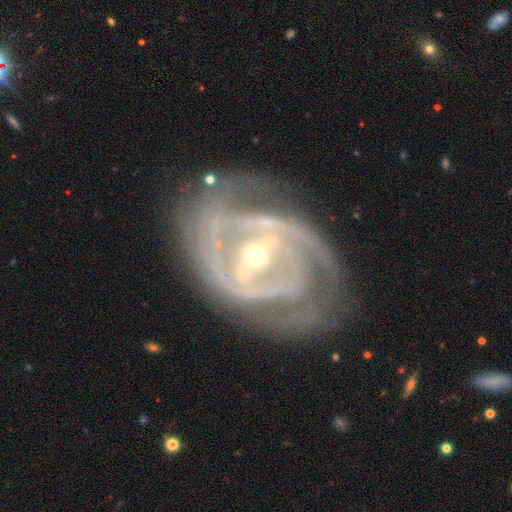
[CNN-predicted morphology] smooth_or_featured: featured or disk (p=0.90) [alt: star or artifact p=0.05]
disk_edge_on: no (p=0.96) [alt: yes p=0.04]
bar: strong (p=0.53) [alt: weak p=0.33]
has_spiral_arms: yes (p=0.92) [alt: no p=0.08]
spiral_winding: tight (p=0.60) [alt: medium p=0.32]
spiral_arm_count: 2 (p=0.39) [alt: can't tell p=0.25]
bulge_size: small (p=0.56) [alt: moderate p=0.41]
merging: none (p=0.64) [alt: minor disturbance p=0.20]